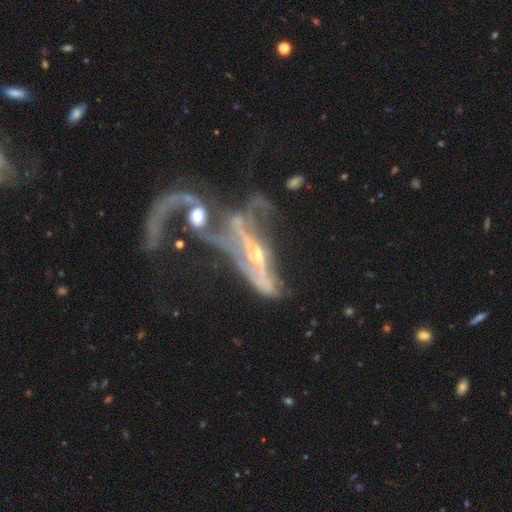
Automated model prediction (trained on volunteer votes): Overall: featured or disk (78%). Edge-on disk: no (68%; yes 32%). Bar: no (57%; weak 24%). Spiral arms: yes (60%; no 40%). Bulge size: moderate (45%; small 41%). Merging: merger (60%; major disturbance 25%).